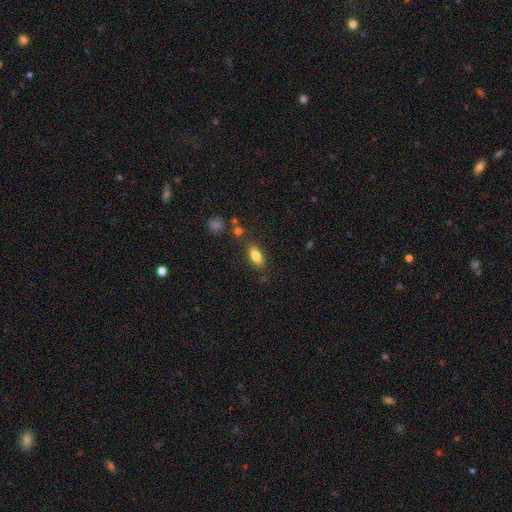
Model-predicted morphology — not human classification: Smooth or featured: smooth — 81% (featured or disk — 11%)
How rounded: in between — 83% (cigar-shaped — 13%)
Merging: none — 79% (minor disturbance — 13%)